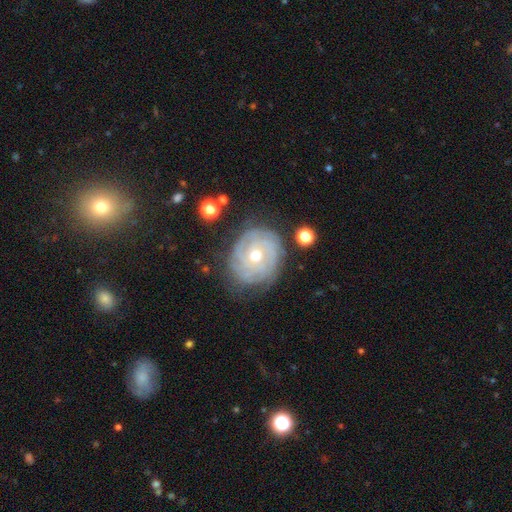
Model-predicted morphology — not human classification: Smooth or featured? featured or disk (84%)
Edge-on disk? no (97%)
Bar? no (70%)
Spiral arms? yes (94%)
Spiral winding? tight (79%)
Spiral arm count? can't tell (37%)
Bulge size? moderate (68%)
Merging? none (77%)